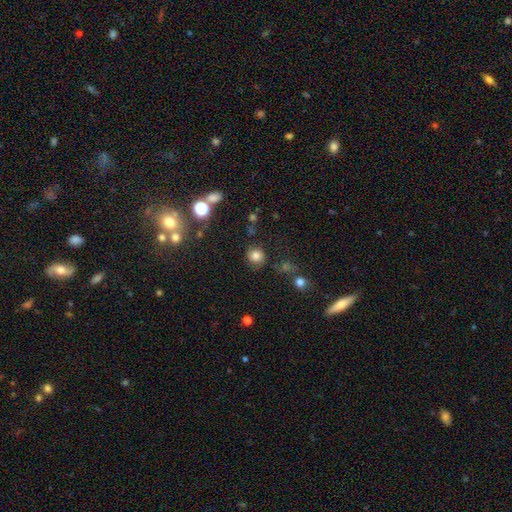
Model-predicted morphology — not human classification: A smooth galaxy with no disk features (79%) that is round (88%).

Vote fractions:
- Smooth or featured? smooth: 79% / star or artifact: 14% / featured or disk: 7%
- How rounded? round: 88% / in between: 11% / cigar-shaped: 1%
- Merging? none: 78% / minor disturbance: 13% / major disturbance: 5% / merger: 4%